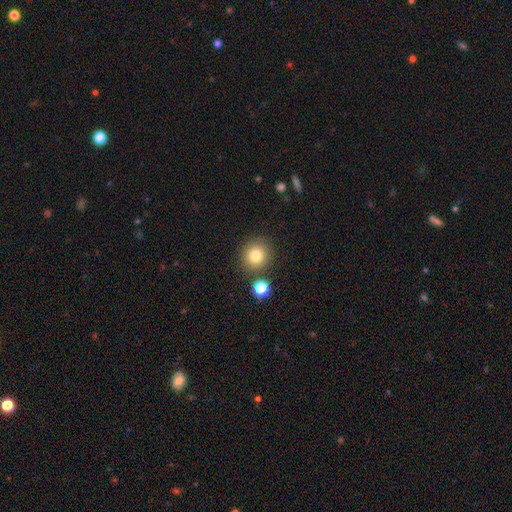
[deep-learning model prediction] smooth 80%, star or artifact 12%, featured or disk 8%. Down the decision tree: how rounded — round (90%); merging — none (81%).